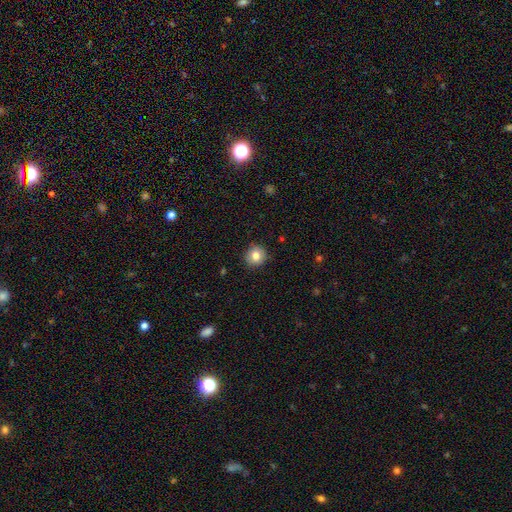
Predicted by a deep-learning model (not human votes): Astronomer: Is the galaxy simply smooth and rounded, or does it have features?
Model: smooth — 81%.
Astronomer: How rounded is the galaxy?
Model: round — 90%.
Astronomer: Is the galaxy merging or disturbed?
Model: none — 89%.